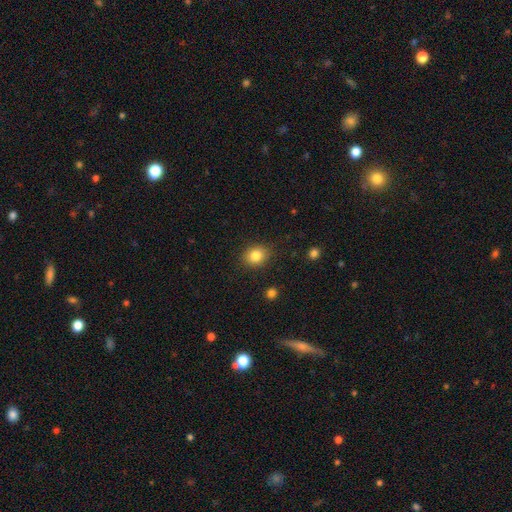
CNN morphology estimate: Smooth or featured? smooth (83%)
How rounded? round (57%)
Merging? none (87%)